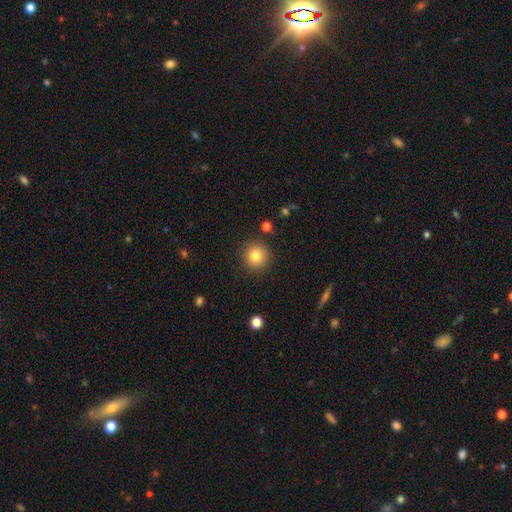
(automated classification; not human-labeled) A smooth galaxy with no disk features (82%) that is round (94%). Merging: none (90%).